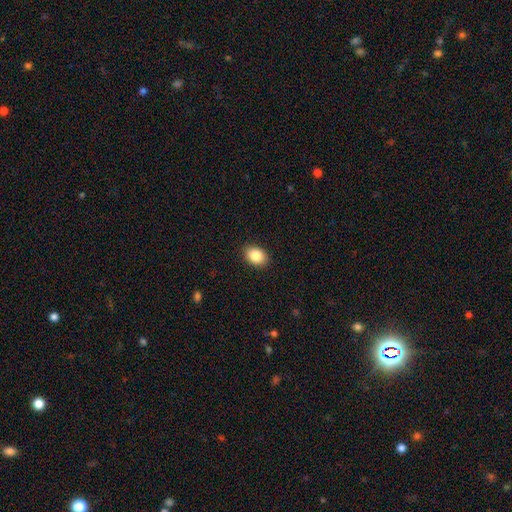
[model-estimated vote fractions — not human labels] This appears to be a smooth galaxy with no disk features (86%) that is in between round and cigar-shaped (77%). Merging: none (89%).